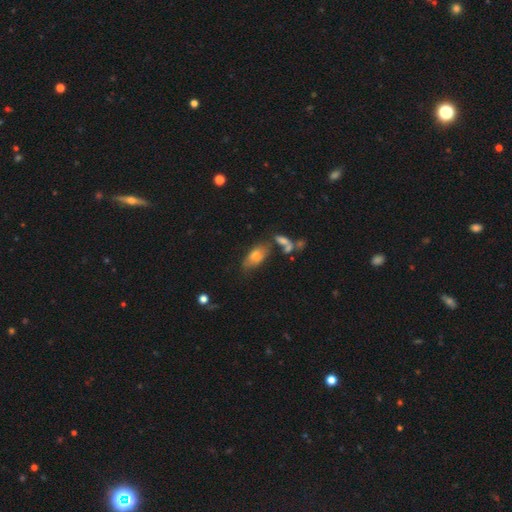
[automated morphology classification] Smooth or featured?
  - smooth: 66% *
  - featured or disk: 23%
  - star or artifact: 10%
How rounded?
  - in between: 86% *
  - cigar-shaped: 9%
  - round: 5%
Merging?
  - none: 58% *
  - minor disturbance: 20%
  - merger: 14%
  - major disturbance: 8%